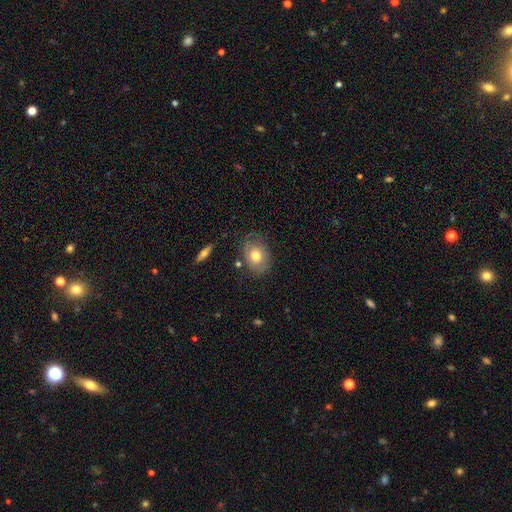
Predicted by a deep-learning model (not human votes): Q: Smooth or featured?
A: smooth (61%); runner-up: featured or disk (31%)
Q: How rounded?
A: in between (65%); runner-up: round (34%)
Q: Merging?
A: none (71%); runner-up: minor disturbance (20%)